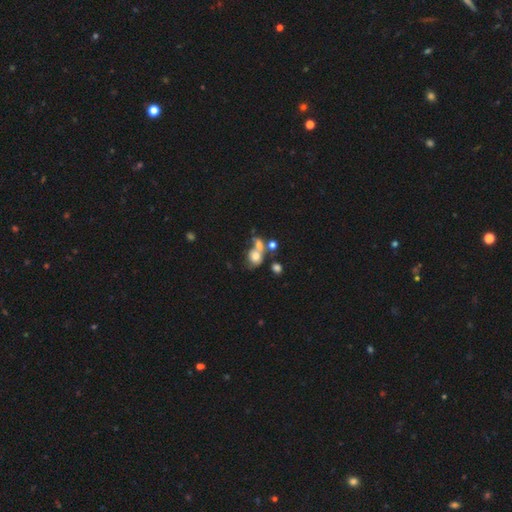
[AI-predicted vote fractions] smooth-or-featured: smooth: 65% | featured or disk: 21% | star or artifact: 14%
  how-rounded: round: 60% | in between: 39% | cigar-shaped: 2%
  merging: merger: 49% | none: 28% | major disturbance: 11% | minor disturbance: 11%